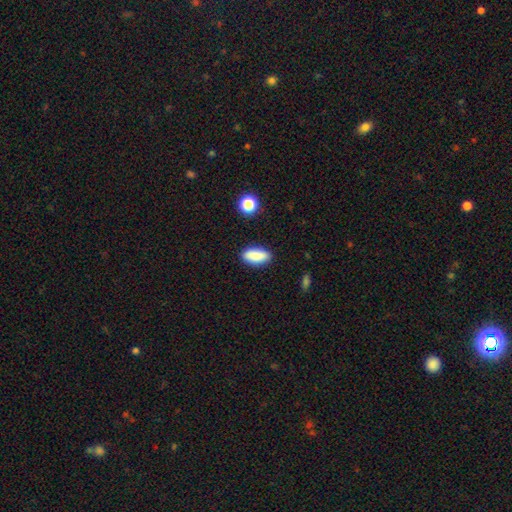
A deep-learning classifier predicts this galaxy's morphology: Smooth or featured? Predicted: smooth (p=0.85). How rounded? Predicted: in between (p=0.85). Merging? Predicted: none (p=0.87).